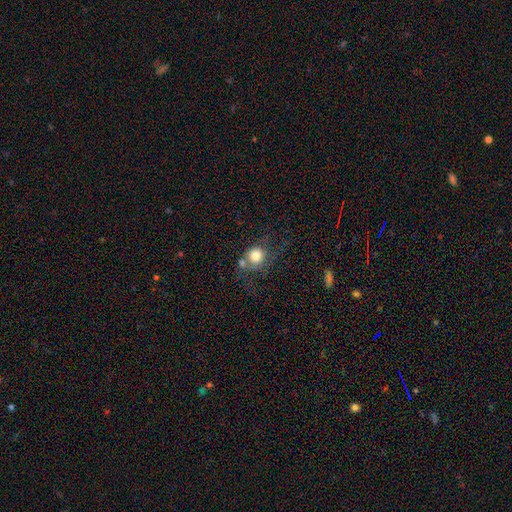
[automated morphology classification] This is likely a smooth galaxy (76%). How rounded: clearly round (81%). Merging: marginally none (43%).